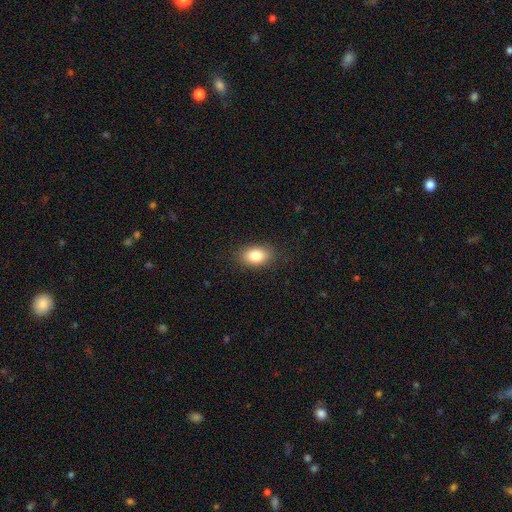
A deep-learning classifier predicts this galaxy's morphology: Smooth or featured: smooth — 83% (star or artifact — 8%)
How rounded: in between — 87% (round — 11%)
Merging: none — 86% (minor disturbance — 10%)